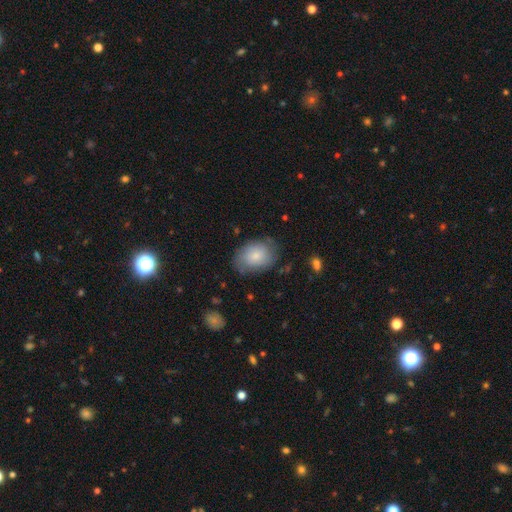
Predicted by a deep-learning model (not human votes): smooth-or-featured: smooth: 71% | featured or disk: 22% | star or artifact: 7%
  how-rounded: in between: 71% | round: 28% | cigar-shaped: 1%
  merging: none: 67% | minor disturbance: 24% | major disturbance: 7% | merger: 2%